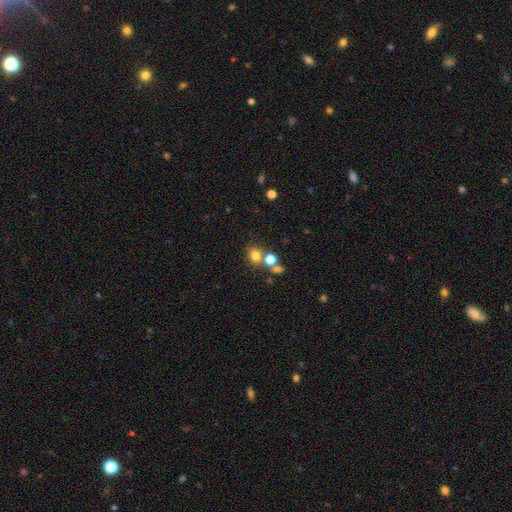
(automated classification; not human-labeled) Overall: smooth (75%). How rounded: round (64%; in between 35%). Merging: none (59%; merger 25%).